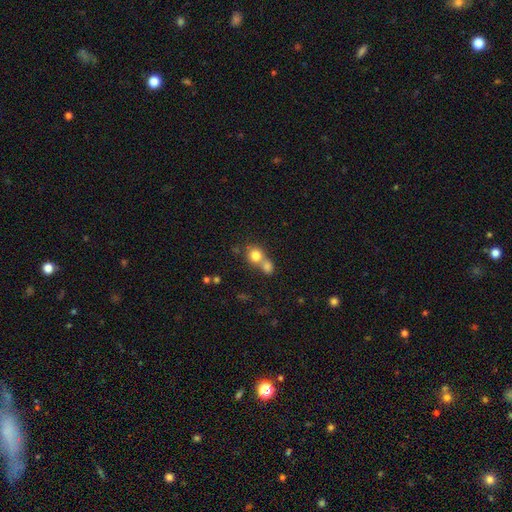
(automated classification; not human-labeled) Overall: smooth (79%). How rounded: round (84%). Merging: merger (52%; none 39%).